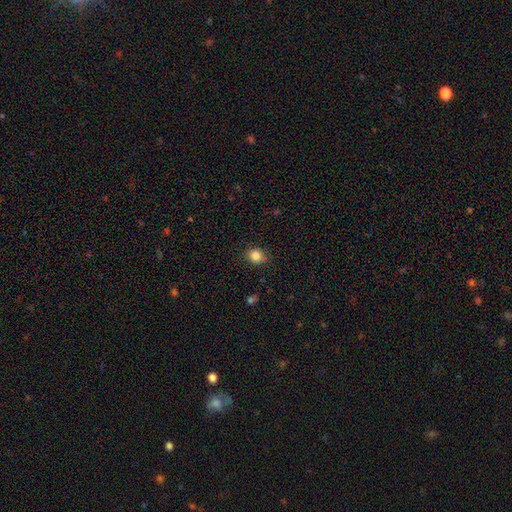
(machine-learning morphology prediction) Smooth or featured?
  - smooth: 84% *
  - star or artifact: 11%
  - featured or disk: 5%
How rounded?
  - round: 75% *
  - in between: 24%
  - cigar-shaped: 1%
Merging?
  - none: 83% *
  - minor disturbance: 13%
  - major disturbance: 3%
  - merger: 1%